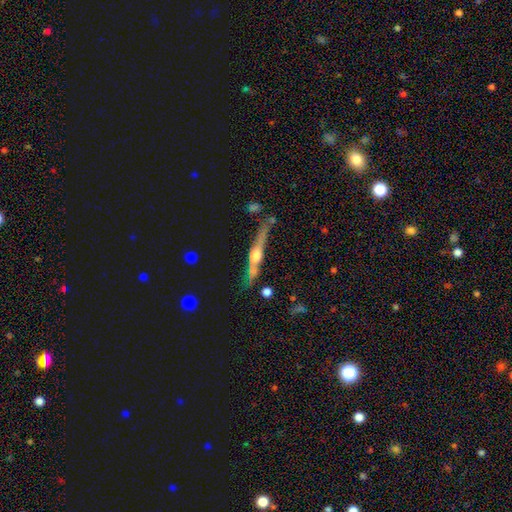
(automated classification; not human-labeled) smooth-or-featured: featured or disk: 76% | smooth: 17% | star or artifact: 7%
  disk-edge-on: yes: 95% | no: 5%
    edge-on-bulge: rounded: 88% | boxy: 7% | none: 5%
  merging: none: 69% | minor disturbance: 18% | merger: 7% | major disturbance: 6%